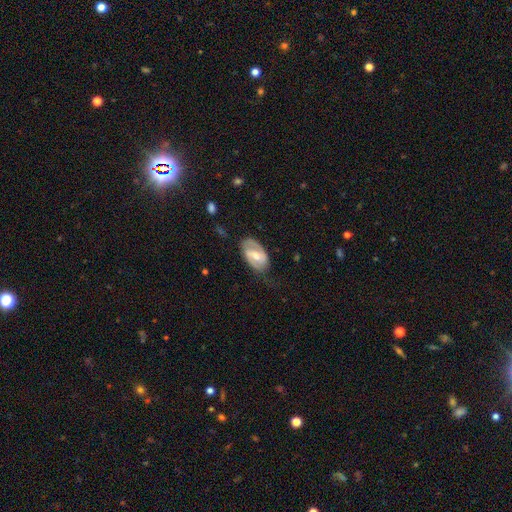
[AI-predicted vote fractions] A featured or disk galaxy (66%) with a weak bar (49%), 2 (76%) medium (45%) spiral arms (81%) and a moderate central bulge (58%). Merging: none (61%).